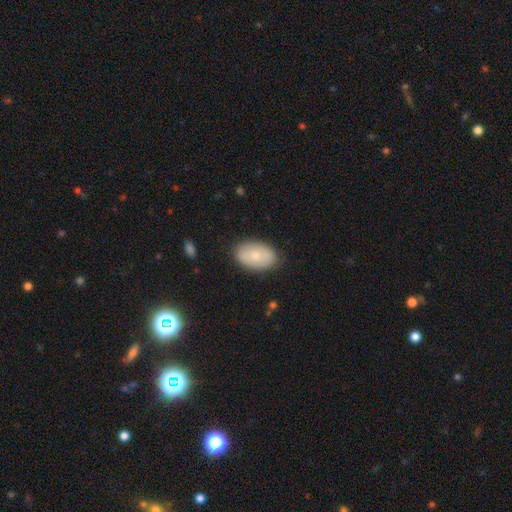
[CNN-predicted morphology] Overall: smooth (70%). How rounded: in between (90%). Merging: none (83%).